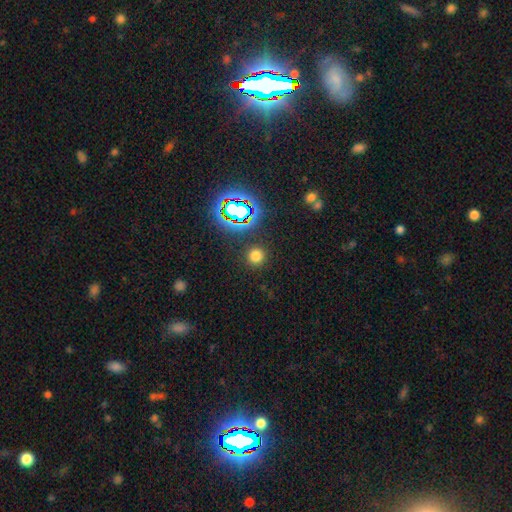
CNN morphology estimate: Smooth or featured? smooth (70%)
How rounded? round (93%)
Merging? none (89%)